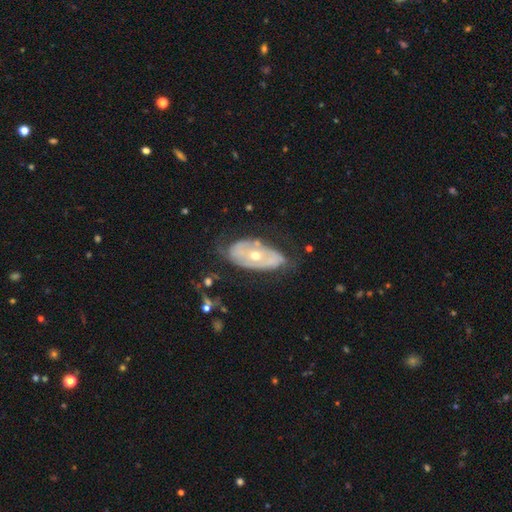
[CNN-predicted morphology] type=featured or disk (70%); edge-on=no (90%); bar=no (75%); spiral arms=no (52%); bulge=moderate (60%); merging=none (58%).